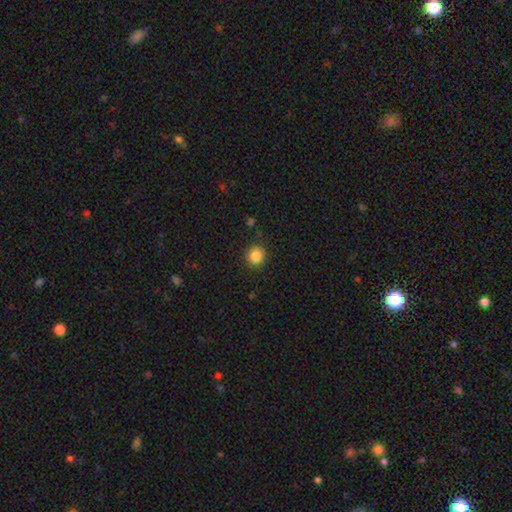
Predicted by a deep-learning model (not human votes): The model was most divided on "smooth or featured": smooth: 85%, star or artifact: 11%, featured or disk: 4%. More confident: how rounded — round (91%); merging — none (89%).